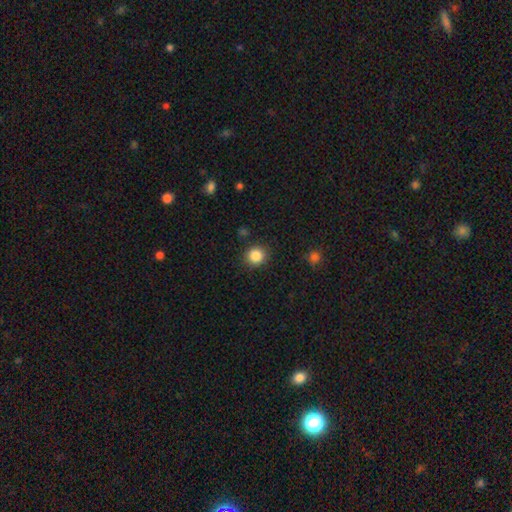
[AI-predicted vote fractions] A smooth galaxy with no disk features (86%) that is round (89%).

Vote fractions:
- Smooth or featured? smooth: 86% / star or artifact: 10% / featured or disk: 4%
- How rounded? round: 89% / in between: 10% / cigar-shaped: 1%
- Merging? none: 89% / minor disturbance: 7% / major disturbance: 2% / merger: 2%